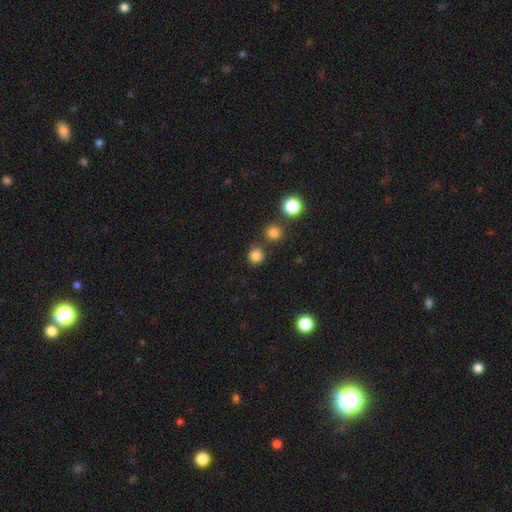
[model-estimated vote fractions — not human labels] Smooth or featured: smooth — 82% (star or artifact — 14%)
How rounded: round — 91% (in between — 8%)
Merging: none — 80% (minor disturbance — 9%)